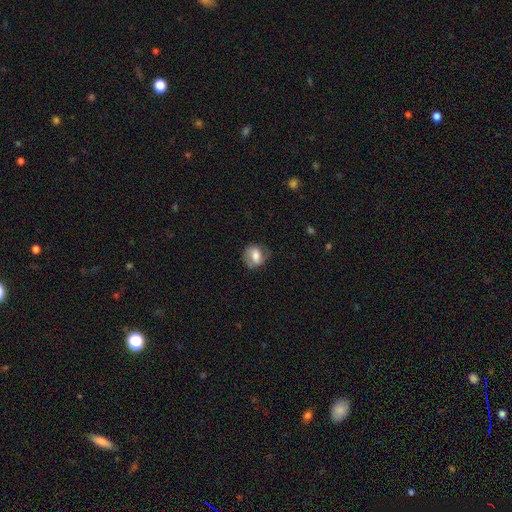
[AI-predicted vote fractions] Q: Smooth or featured?
A: smooth (49%); runner-up: featured or disk (43%)
Q: Merging?
A: none (65%); runner-up: minor disturbance (23%)